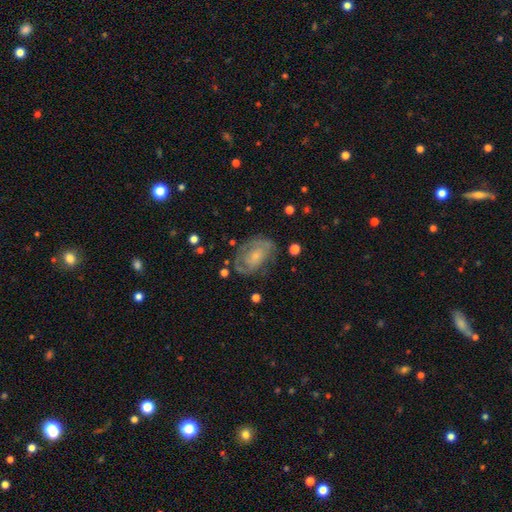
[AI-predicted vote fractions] A featured or disk galaxy (68%) with no bar (73%), spiral arms (76%) and a small central bulge (65%).

Vote fractions:
- Smooth or featured? featured or disk: 68% / smooth: 25% / star or artifact: 7%
- Edge-on disk? no: 96% / yes: 4%
- Bar? no: 73% / weak: 23% / strong: 4%
- Spiral arms? yes: 76% / no: 24%
- Bulge size? small: 65% / moderate: 22% / none: 9% / large: 3% / dominant: 1%
- Merging? none: 61% / minor disturbance: 23% / major disturbance: 14% / merger: 2%